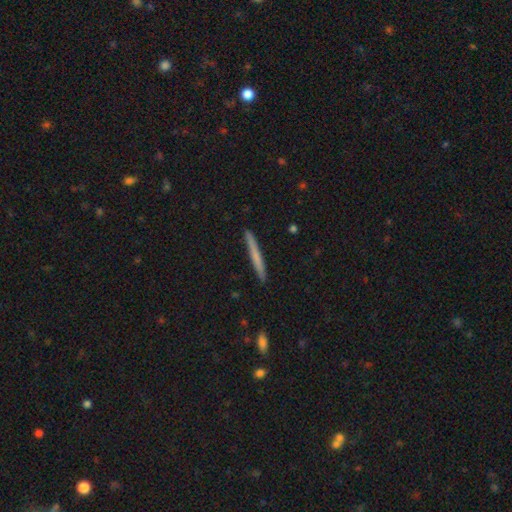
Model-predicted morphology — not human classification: smooth 61%, featured or disk 34%, star or artifact 6%. Down the decision tree: how rounded — cigar-shaped (97%); merging — none (91%).